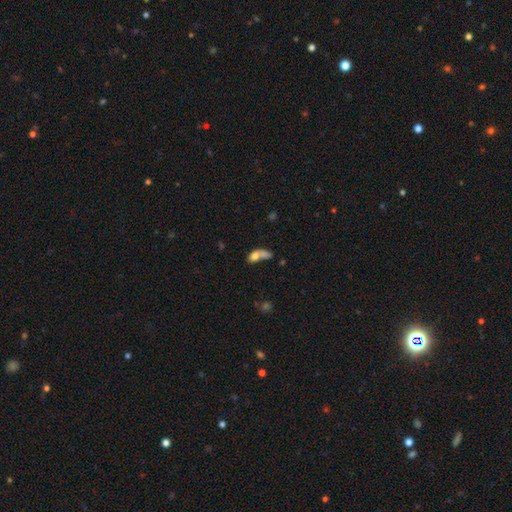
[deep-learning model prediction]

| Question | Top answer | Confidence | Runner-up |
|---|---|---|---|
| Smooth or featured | smooth | 70% | featured or disk (18%) |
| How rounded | in between | 74% | round (18%) |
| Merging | merger | 56% | none (20%) |